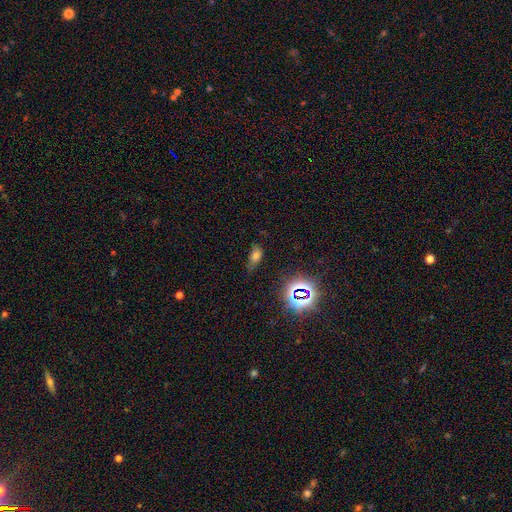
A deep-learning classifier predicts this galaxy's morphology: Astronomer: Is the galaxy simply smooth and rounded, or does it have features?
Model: smooth — 58%.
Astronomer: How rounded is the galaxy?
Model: in between — 84%.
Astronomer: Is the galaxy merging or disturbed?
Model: none — 54% (runner-up: minor disturbance, 30%).